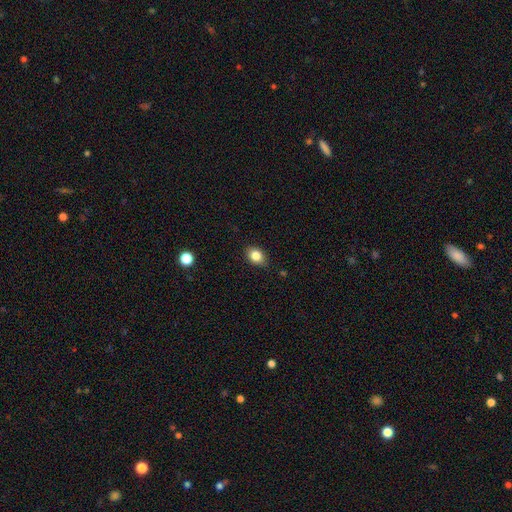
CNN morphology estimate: type=smooth (83%); roundness=in between (65%); merging=none (84%).